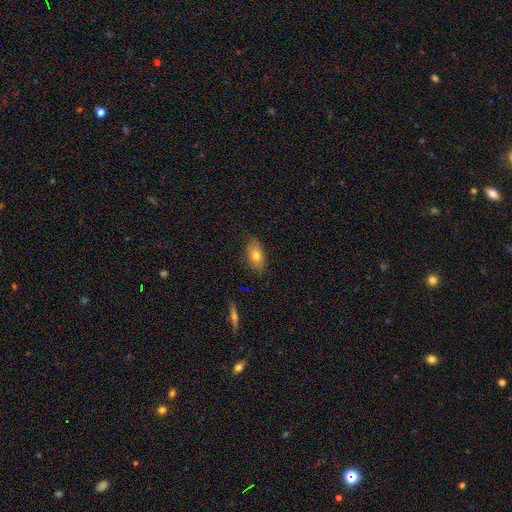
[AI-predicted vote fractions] Q: Smooth or featured?
A: smooth (75%); runner-up: featured or disk (16%)
Q: How rounded?
A: in between (86%); runner-up: round (10%)
Q: Merging?
A: none (79%); runner-up: minor disturbance (16%)